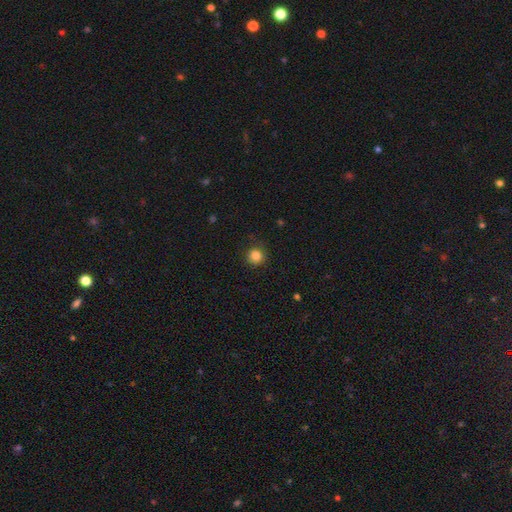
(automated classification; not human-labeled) This is clearly a smooth galaxy (84%). How rounded: clearly round (94%). Merging: clearly none (90%).